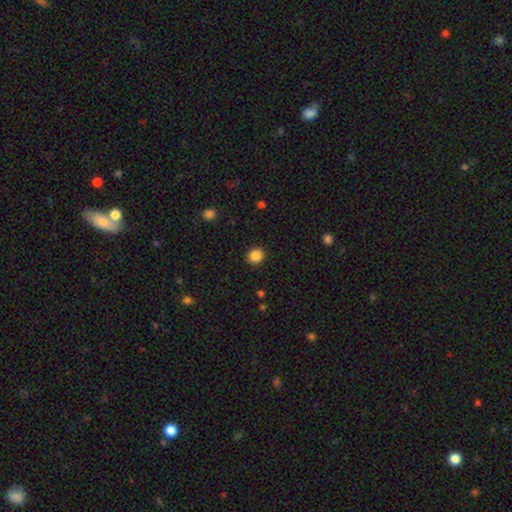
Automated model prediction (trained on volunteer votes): Smooth or featured? smooth (87%)
How rounded? round (84%)
Merging? none (91%)